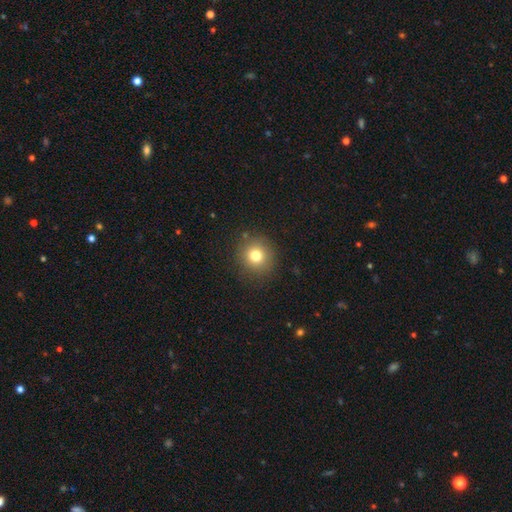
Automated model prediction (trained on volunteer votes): The model was most divided on "smooth or featured": smooth: 78%, star or artifact: 13%, featured or disk: 9%. More confident: how rounded — round (91%); merging — none (88%).